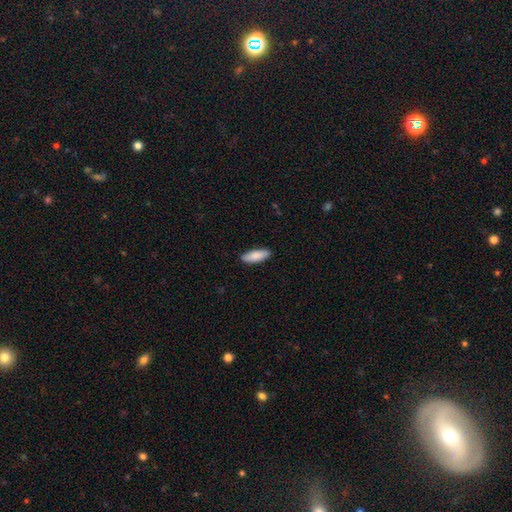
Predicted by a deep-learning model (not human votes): smooth_or_featured: smooth (p=0.87) [alt: featured or disk p=0.08]
how_rounded: in between (p=0.63) [alt: cigar-shaped p=0.36]
merging: none (p=0.89) [alt: minor disturbance p=0.08]